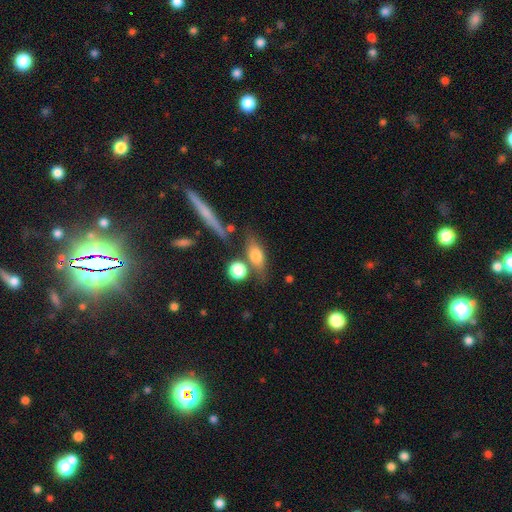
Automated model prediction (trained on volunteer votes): smooth-or-featured: smooth: 65% | featured or disk: 26% | star or artifact: 9%
  how-rounded: in between: 59% | cigar-shaped: 27% | round: 13%
  merging: none: 63% | merger: 16% | minor disturbance: 15% | major disturbance: 6%